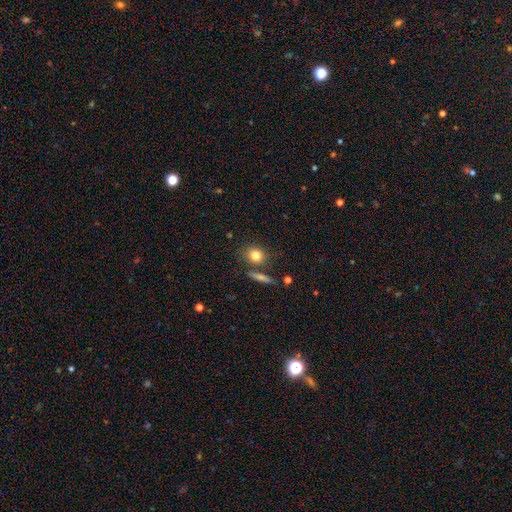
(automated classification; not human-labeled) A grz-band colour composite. It shows a smooth galaxy with no disk features (80%) that is round (72%). Merging: none (74%).